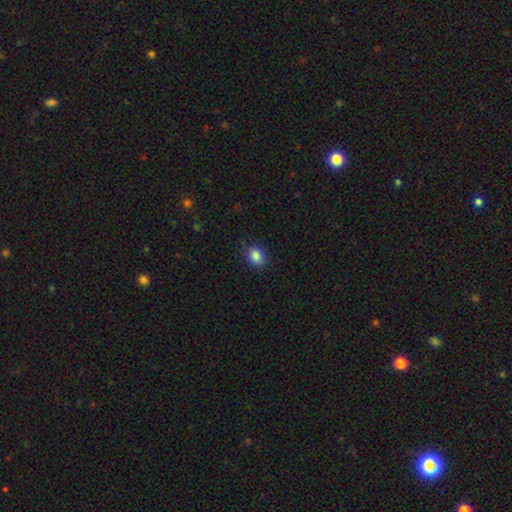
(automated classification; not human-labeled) Smooth or featured? Predicted: smooth (p=0.86). How rounded? Predicted: in between (p=0.65). Merging? Predicted: none (p=0.84).